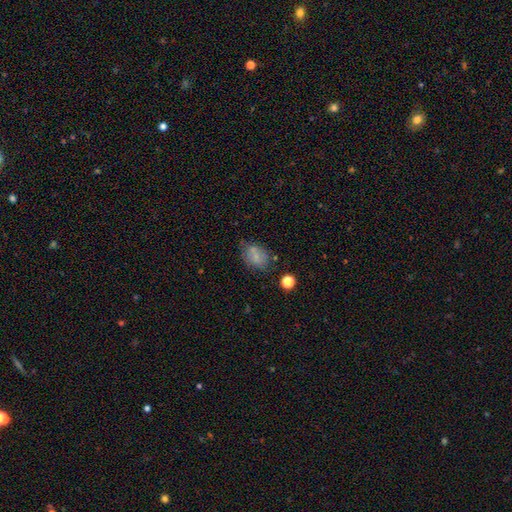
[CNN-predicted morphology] smooth 73%, featured or disk 15%, star or artifact 12%. Down the decision tree: how rounded — in between (72%); merging — none (63%).